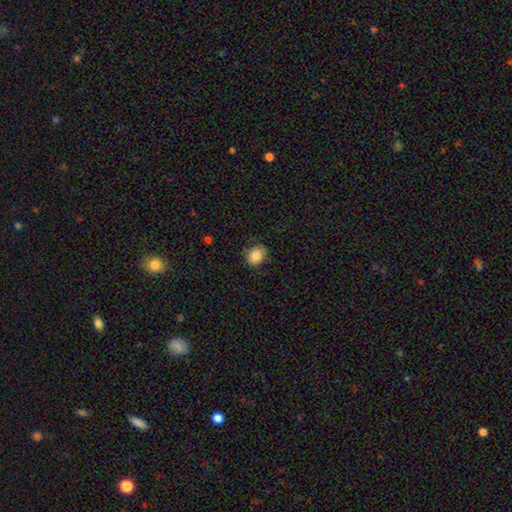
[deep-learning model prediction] Smooth or featured? smooth (84%)
How rounded? round (51%)
Merging? none (80%)